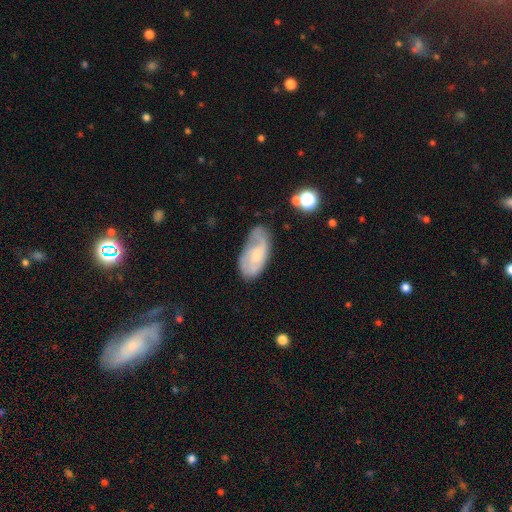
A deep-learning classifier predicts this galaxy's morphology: smooth-or-featured: featured or disk: 52% | smooth: 40% | star or artifact: 8%
  disk-edge-on: no: 93% | yes: 7%
  merging: none: 54% | minor disturbance: 29% | major disturbance: 14% | merger: 3%